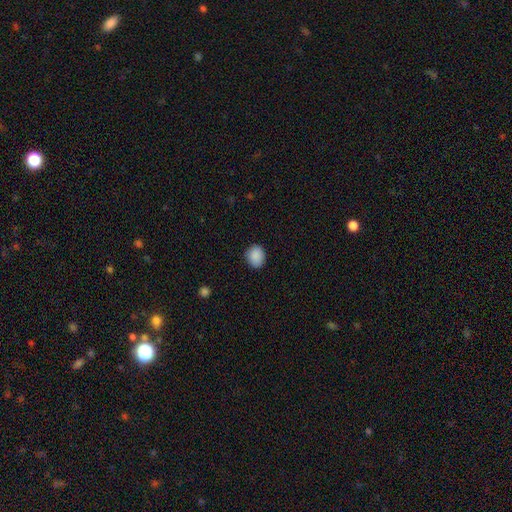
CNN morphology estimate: Smooth or featured? Predicted: smooth (p=0.89). How rounded? Predicted: round (p=0.60). Merging? Predicted: none (p=0.84).